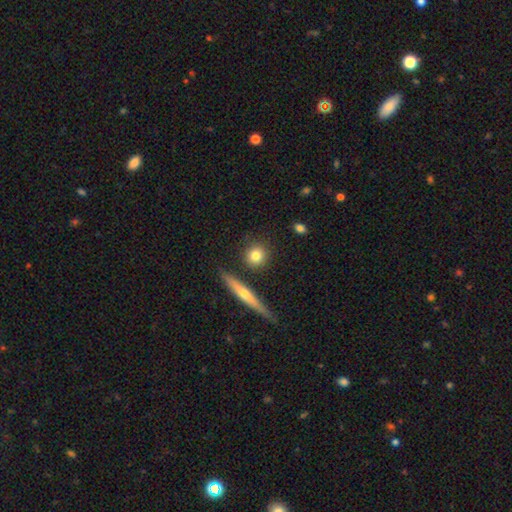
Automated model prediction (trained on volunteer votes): A smooth galaxy with no disk features (78%) that is round (86%). Merging: none (84%).